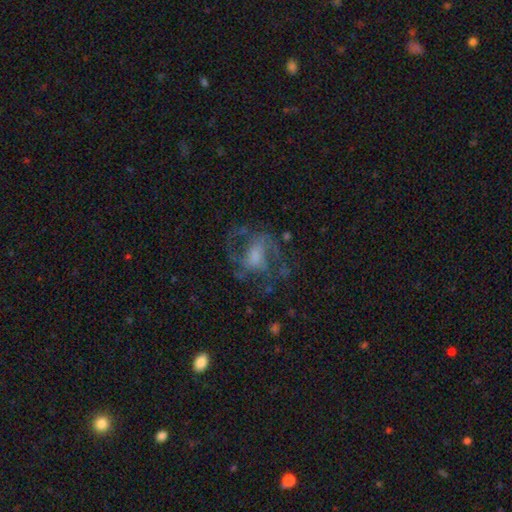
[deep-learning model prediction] Smooth or featured?
  - featured or disk: 75% *
  - smooth: 16%
  - star or artifact: 10%
Edge-on disk?
  - no: 97% *
  - yes: 3%
Bar?
  - weak: 43% *
  - no: 40%
  - strong: 17%
Spiral arms?
  - yes: 85% *
  - no: 15%
Spiral winding?
  - medium: 53% *
  - loose: 30%
  - tight: 17%
Spiral arm count?
  - 2: 56% *
  - can't tell: 16%
  - 3: 16%
  - 1: 5%
  - 4: 4%
  - more than 4: 3%
Bulge size?
  - moderate: 34% *
  - small: 24%
  - none: 20%
  - large: 20%
  - dominant: 2%
Merging?
  - none: 56% *
  - major disturbance: 24%
  - minor disturbance: 17%
  - merger: 2%